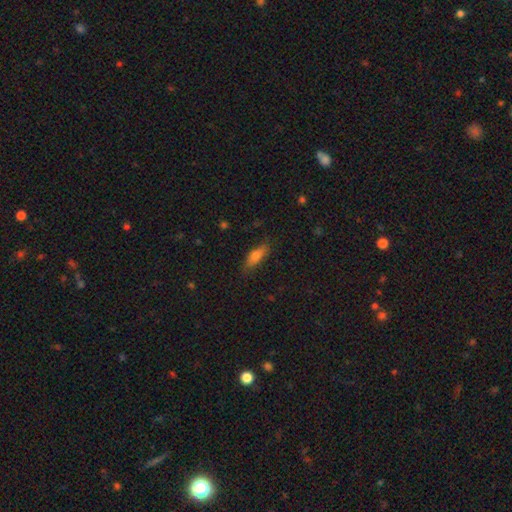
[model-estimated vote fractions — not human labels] This appears to be a smooth galaxy with no disk features (72%) that is in between round and cigar-shaped (62%). Merging: none (79%).